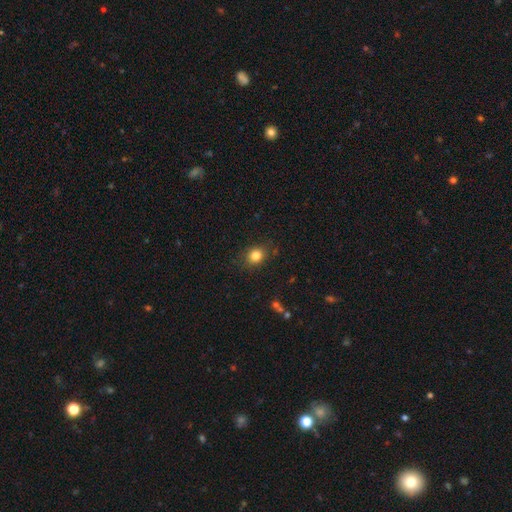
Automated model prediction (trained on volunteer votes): smooth 83%, star or artifact 11%, featured or disk 6%. Down the decision tree: how rounded — round (61%); merging — none (83%).